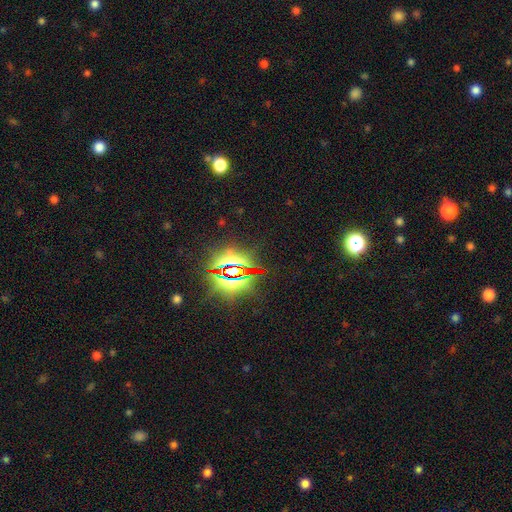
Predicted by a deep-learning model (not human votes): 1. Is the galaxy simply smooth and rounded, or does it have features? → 83% star or artifact, 10% smooth, 7% featured or disk.